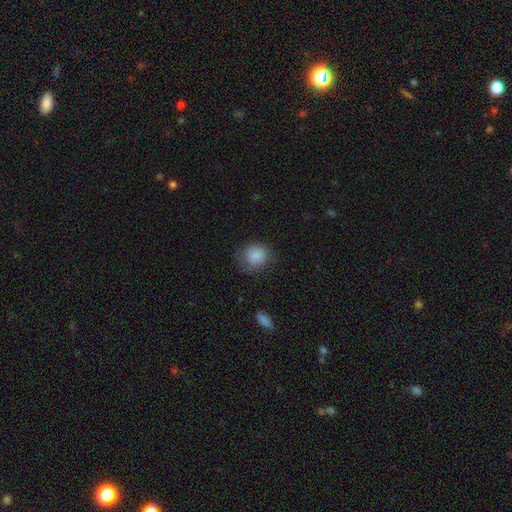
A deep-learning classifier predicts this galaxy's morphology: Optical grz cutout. It shows a smooth galaxy with no disk features (86%) that is round (82%). Merging: none (68%).